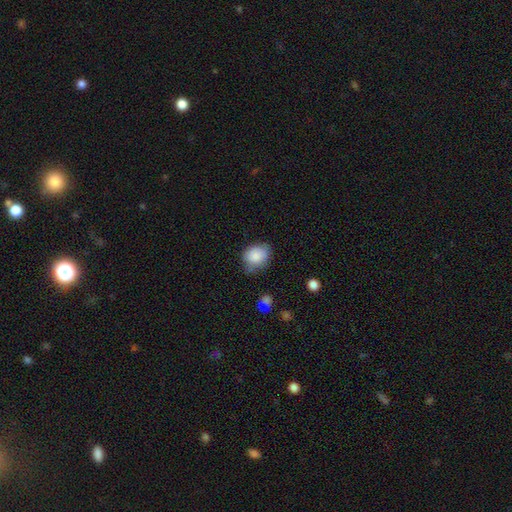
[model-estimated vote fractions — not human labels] Overall: smooth (86%). How rounded: in between (52%; round 47%). Merging: none (60%; minor disturbance 30%).